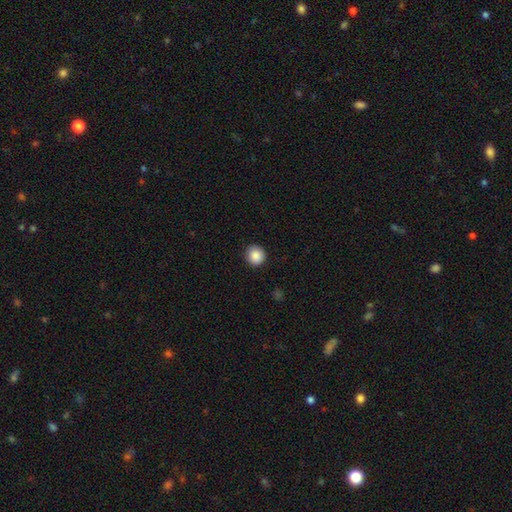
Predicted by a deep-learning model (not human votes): Smooth or featured? smooth (88%)
How rounded? round (91%)
Merging? none (90%)